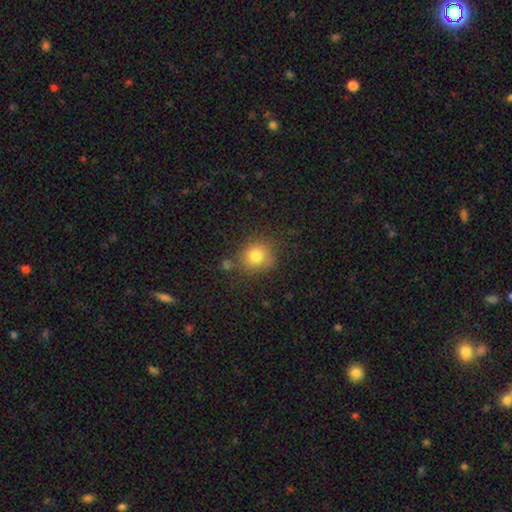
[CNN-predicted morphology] This appears to be a smooth galaxy with no disk features (81%) that is round (82%). Merging: none (72%).